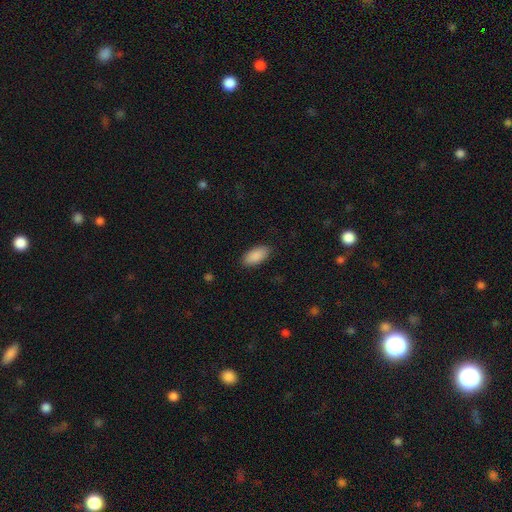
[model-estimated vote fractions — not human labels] Morphology: type=smooth (90%); roundness=in between (93%); merging=none (88%).